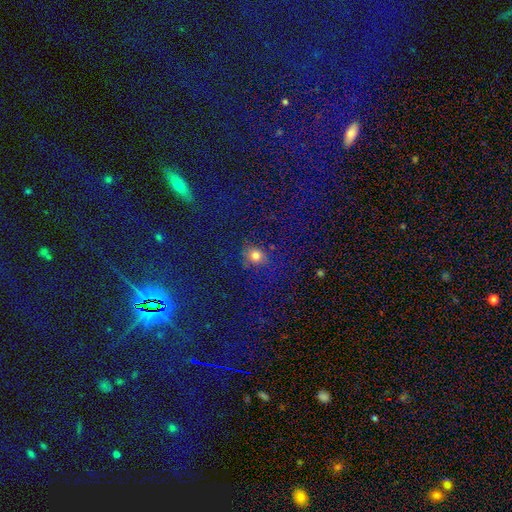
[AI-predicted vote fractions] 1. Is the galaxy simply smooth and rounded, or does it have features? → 69% smooth, 23% star or artifact, 8% featured or disk.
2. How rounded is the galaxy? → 68% round, 30% in between, 2% cigar-shaped.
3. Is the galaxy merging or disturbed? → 75% none, 14% minor disturbance, 7% major disturbance, 3% merger.